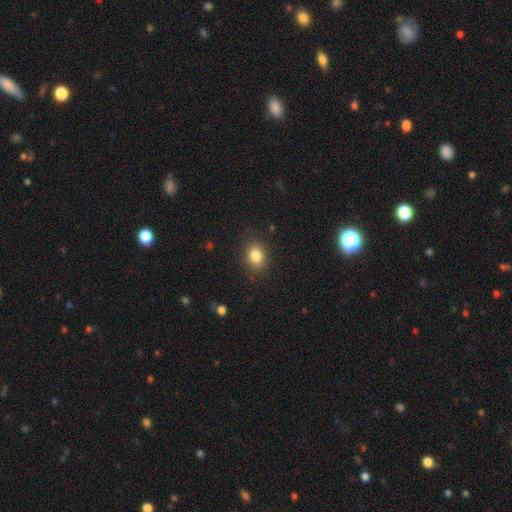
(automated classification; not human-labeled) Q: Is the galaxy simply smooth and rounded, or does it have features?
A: smooth — 83%.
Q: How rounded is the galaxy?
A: in between — 67%.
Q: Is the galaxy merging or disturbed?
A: none — 86%.